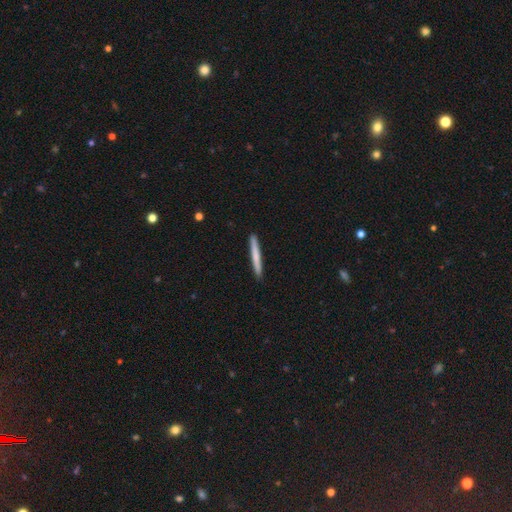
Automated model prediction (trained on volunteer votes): The model was most divided on "smooth or featured": smooth: 68%, featured or disk: 27%, star or artifact: 5%. More confident: how rounded — cigar-shaped (97%); merging — none (92%).